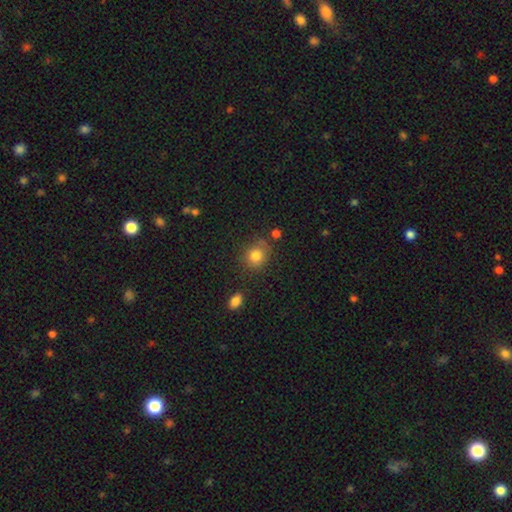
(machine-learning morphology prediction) This is clearly a smooth galaxy (82%). How rounded: likely round (78%). Merging: likely none (72%).